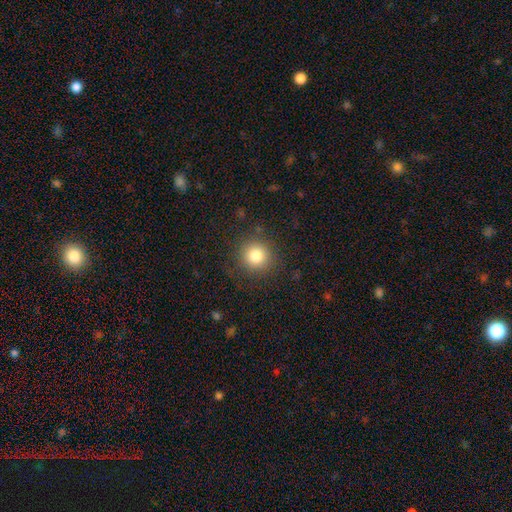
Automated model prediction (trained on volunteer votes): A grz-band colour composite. It shows a smooth galaxy with no disk features (81%) that is round (93%). Merging: none (88%).